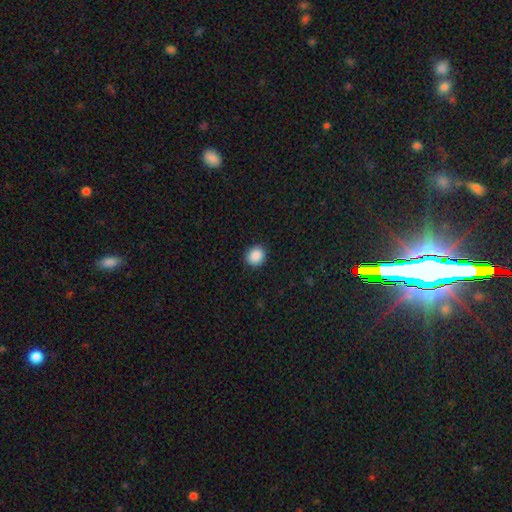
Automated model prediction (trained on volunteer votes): smooth 89%, star or artifact 8%, featured or disk 2%. Down the decision tree: how rounded — round (74%); merging — none (90%).